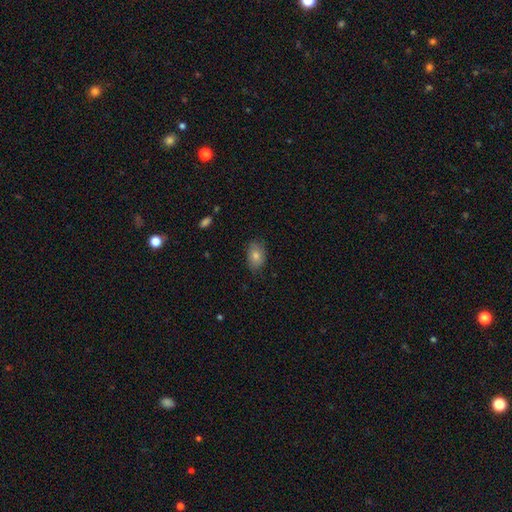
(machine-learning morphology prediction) Q: Smooth or featured?
A: smooth (75%); runner-up: featured or disk (14%)
Q: How rounded?
A: in between (81%); runner-up: round (17%)
Q: Merging?
A: none (82%); runner-up: minor disturbance (14%)